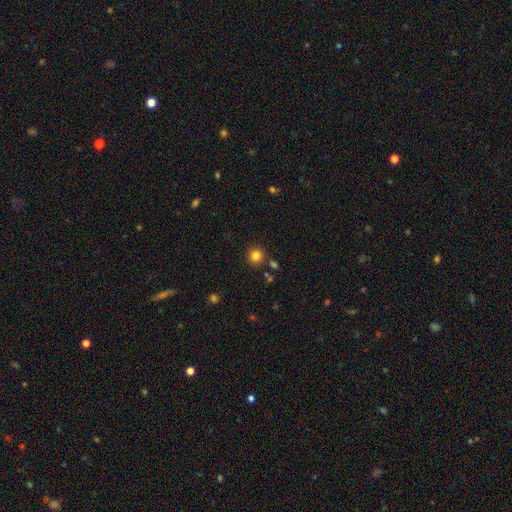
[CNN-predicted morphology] Overall: smooth (82%). How rounded: round (94%). Merging: none (88%).